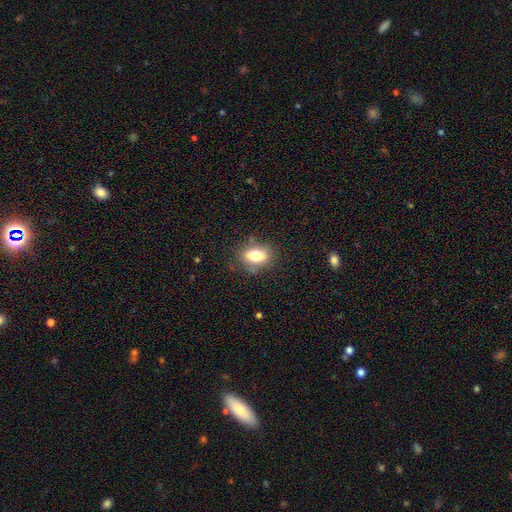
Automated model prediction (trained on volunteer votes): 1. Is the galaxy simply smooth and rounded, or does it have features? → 74% smooth, 17% featured or disk, 9% star or artifact.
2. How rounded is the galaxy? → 80% in between, 15% round, 6% cigar-shaped.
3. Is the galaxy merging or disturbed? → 80% none, 14% minor disturbance, 4% major disturbance, 2% merger.